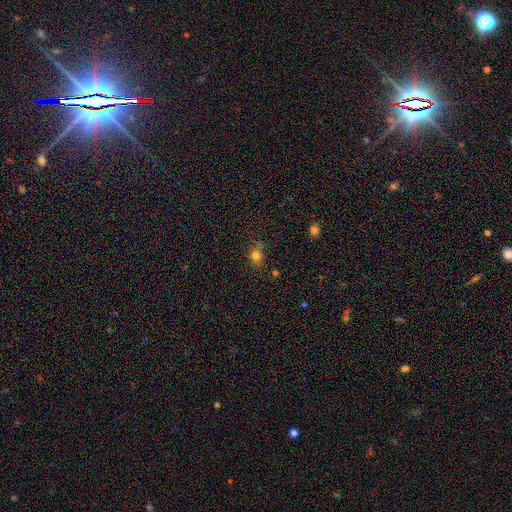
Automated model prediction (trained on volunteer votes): A smooth galaxy with no disk features (75%) that is round (70%). Merging: none (68%).